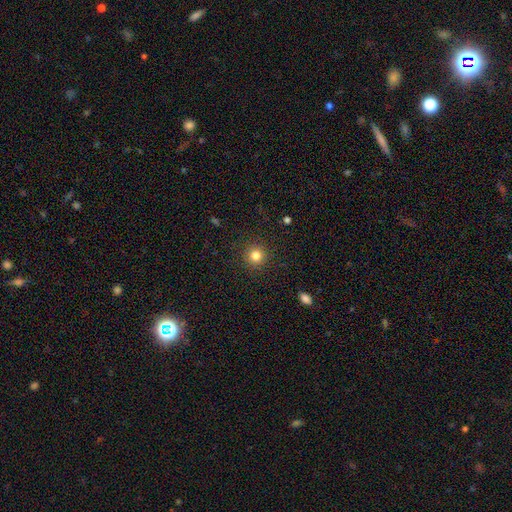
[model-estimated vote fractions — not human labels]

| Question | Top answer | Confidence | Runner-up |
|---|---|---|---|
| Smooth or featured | smooth | 82% | star or artifact (12%) |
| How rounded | round | 95% | in between (4%) |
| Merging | none | 91% | minor disturbance (6%) |